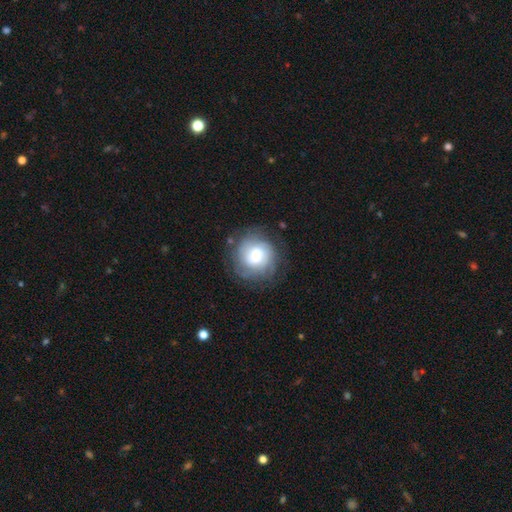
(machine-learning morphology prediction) Overall: featured or disk (54%; smooth 38%). Edge-on disk: no (97%). Bar: no (57%; weak 35%). Spiral arms: yes (81%). Bulge size: moderate (46%; small 39%). Merging: none (75%).